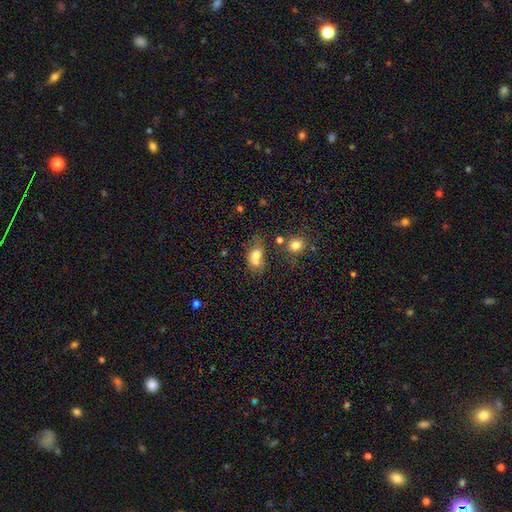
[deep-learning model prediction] This is likely a smooth galaxy (68%). How rounded: possibly in between (56%). Merging: possibly merger (59%).